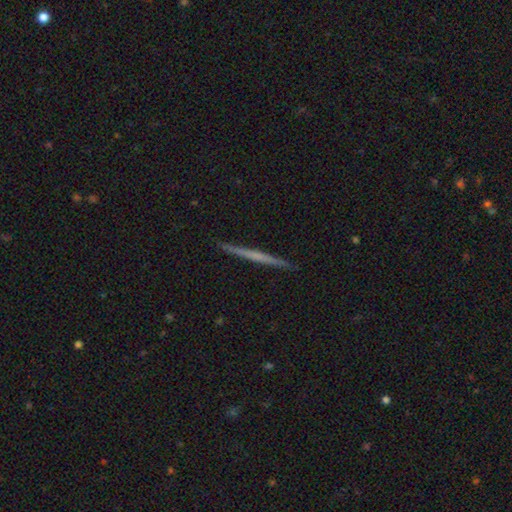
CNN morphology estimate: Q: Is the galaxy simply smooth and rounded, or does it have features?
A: featured or disk — 60%.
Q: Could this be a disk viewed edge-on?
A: yes — 98%.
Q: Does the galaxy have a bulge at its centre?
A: none — 84%.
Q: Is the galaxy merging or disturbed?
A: none — 92%.